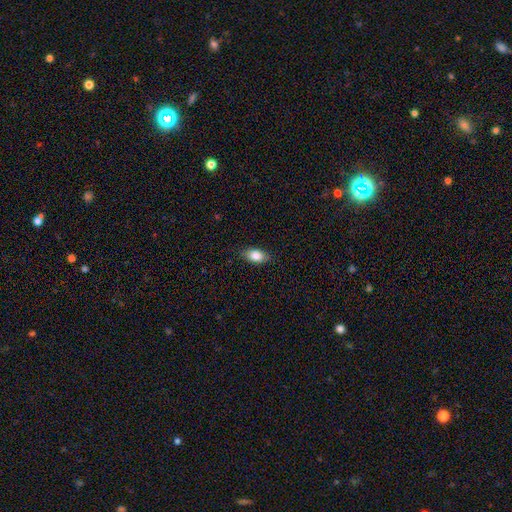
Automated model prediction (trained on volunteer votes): Morphology: type=smooth (85%); roundness=in between (87%); merging=none (83%).